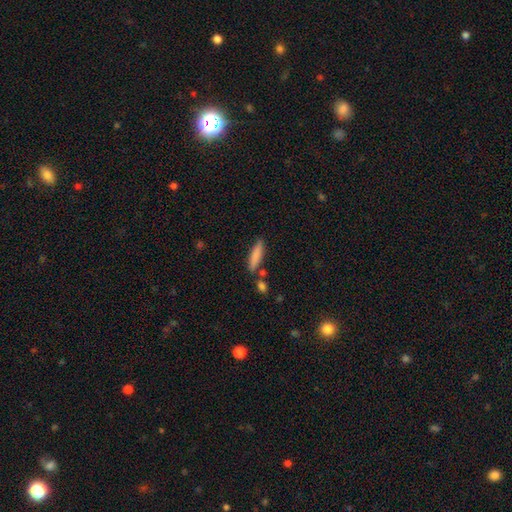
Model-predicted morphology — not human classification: smooth-or-featured: smooth: 82% | featured or disk: 12% | star or artifact: 6%
  how-rounded: cigar-shaped: 75% | in between: 23% | round: 2%
  merging: none: 76% | minor disturbance: 13% | merger: 8% | major disturbance: 3%